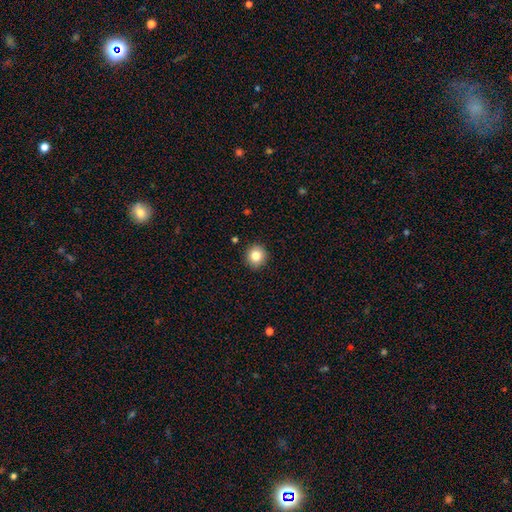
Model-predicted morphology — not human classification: smooth 83%, star or artifact 10%, featured or disk 7%. Down the decision tree: how rounded — round (92%); merging — none (92%).